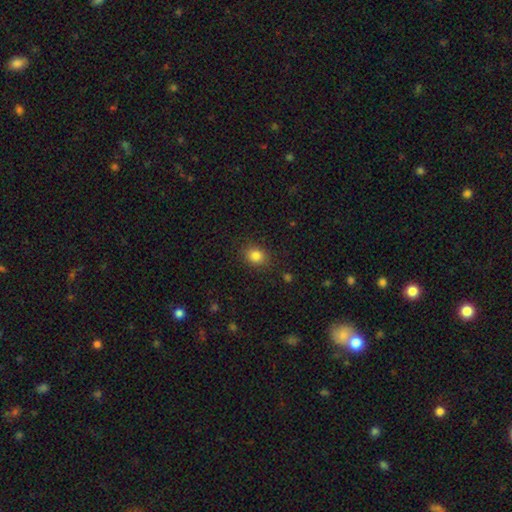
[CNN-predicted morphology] Overall: smooth (83%). How rounded: round (57%; in between 42%). Merging: none (86%).